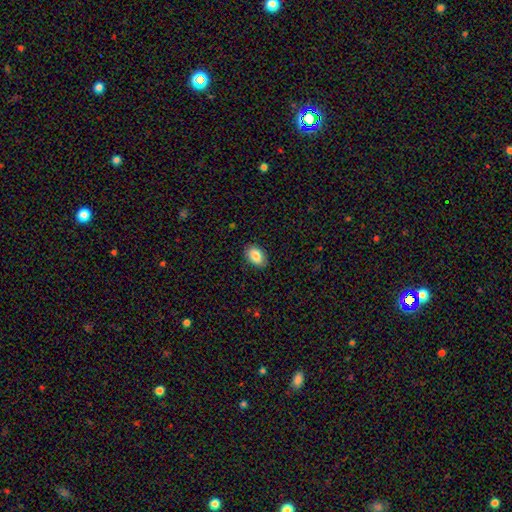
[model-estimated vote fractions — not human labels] smooth-or-featured: smooth: 85% | star or artifact: 7% | featured or disk: 7%
  how-rounded: in between: 89% | round: 9% | cigar-shaped: 1%
  merging: none: 87% | minor disturbance: 10% | major disturbance: 2% | merger: 1%